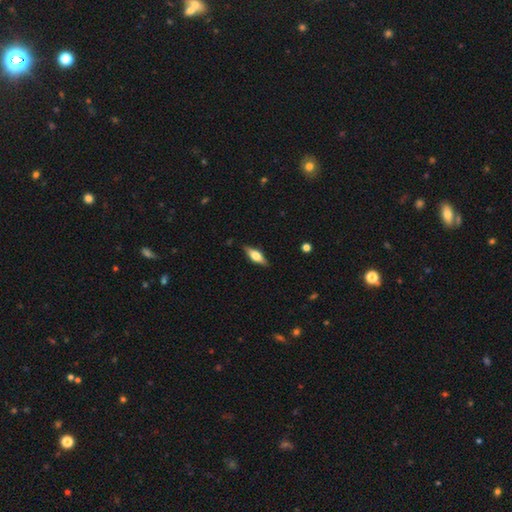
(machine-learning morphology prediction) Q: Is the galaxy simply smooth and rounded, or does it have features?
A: smooth — 47%, tied with featured or disk.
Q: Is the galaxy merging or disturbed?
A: none — 86%.